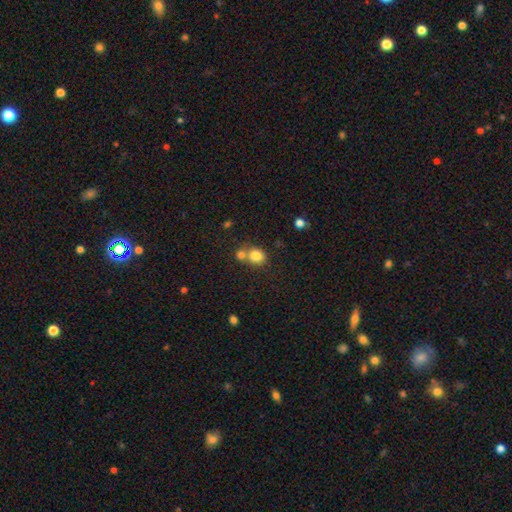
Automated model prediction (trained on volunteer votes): smooth 82%, star or artifact 10%, featured or disk 8%. Down the decision tree: how rounded — round (65%); merging — none (45%).